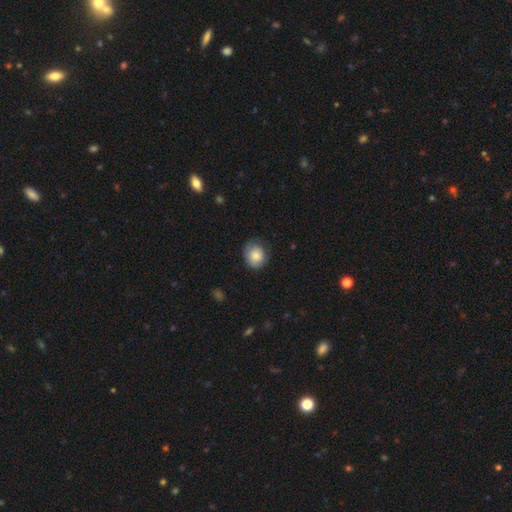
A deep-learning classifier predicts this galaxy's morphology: smooth 82%, featured or disk 11%, star or artifact 8%. Down the decision tree: how rounded — round (78%); merging — none (73%).